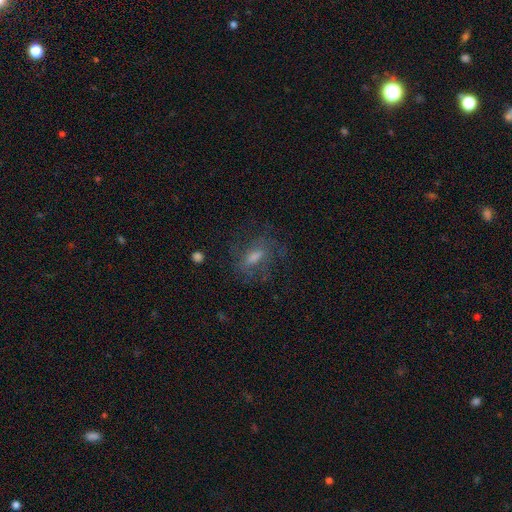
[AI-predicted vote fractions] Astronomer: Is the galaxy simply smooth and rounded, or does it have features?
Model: featured or disk — 43% (runner-up: smooth, 40%).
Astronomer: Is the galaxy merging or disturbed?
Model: none — 64%.